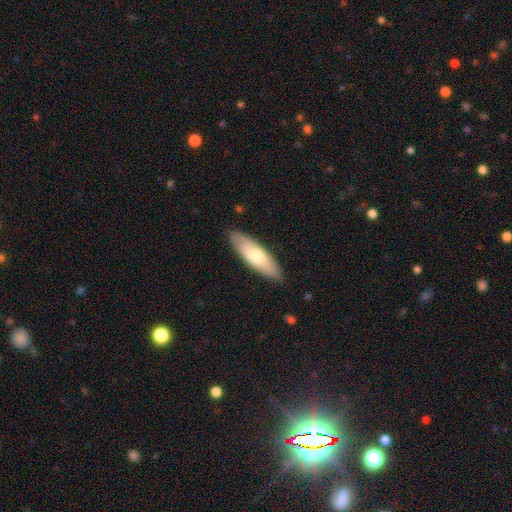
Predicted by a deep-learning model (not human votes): A smooth galaxy with no disk features (66%) that is in between round and cigar-shaped (52%).

Vote fractions:
- Smooth or featured? smooth: 66% / featured or disk: 29% / star or artifact: 5%
- How rounded? in between: 52% / cigar-shaped: 47% / round: 2%
- Merging? none: 87% / minor disturbance: 10% / major disturbance: 2% / merger: 1%